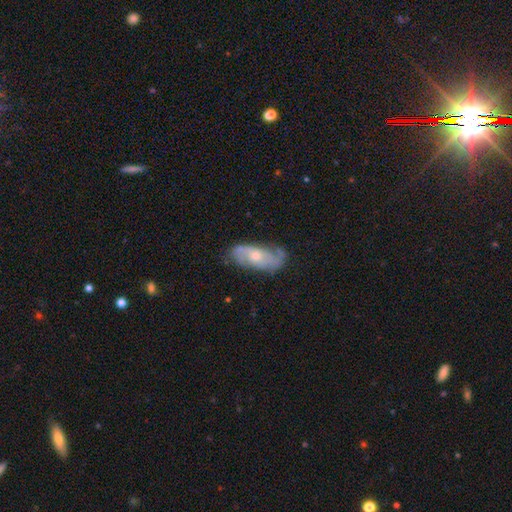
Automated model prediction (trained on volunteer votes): Smooth or featured: featured or disk — 73% (smooth — 20%)
Edge-on disk: no — 90% (yes — 10%)
Bar: no — 66% (weak — 28%)
Spiral arms: yes — 88% (no — 12%)
Spiral winding: medium — 42% (loose — 29%)
Spiral arm count: 2 — 71% (can't tell — 18%)
Bulge size: moderate — 53% (small — 43%)
Merging: none — 69% (minor disturbance — 22%)